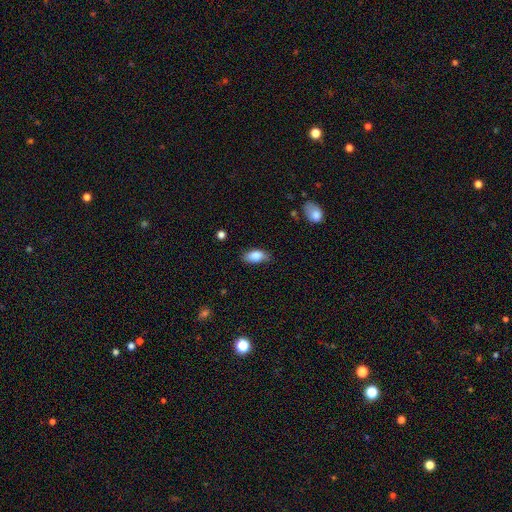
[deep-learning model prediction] Smooth or featured?
  - smooth: 84% *
  - featured or disk: 9%
  - star or artifact: 7%
How rounded?
  - in between: 89% *
  - cigar-shaped: 7%
  - round: 4%
Merging?
  - none: 76% *
  - minor disturbance: 19%
  - major disturbance: 3%
  - merger: 1%